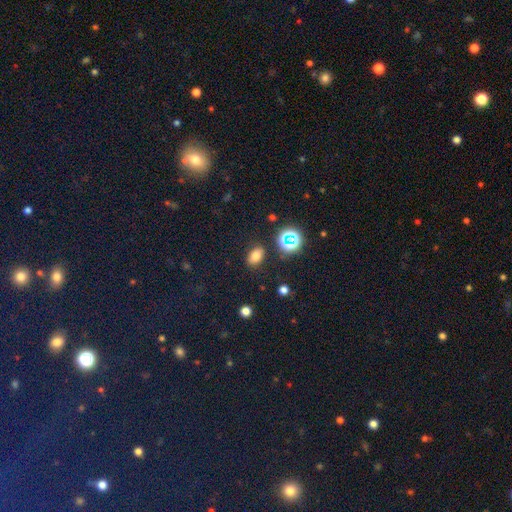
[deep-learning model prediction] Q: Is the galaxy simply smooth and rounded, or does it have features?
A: smooth — 73%.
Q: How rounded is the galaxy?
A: in between — 83%.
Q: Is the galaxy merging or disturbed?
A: none — 85%.